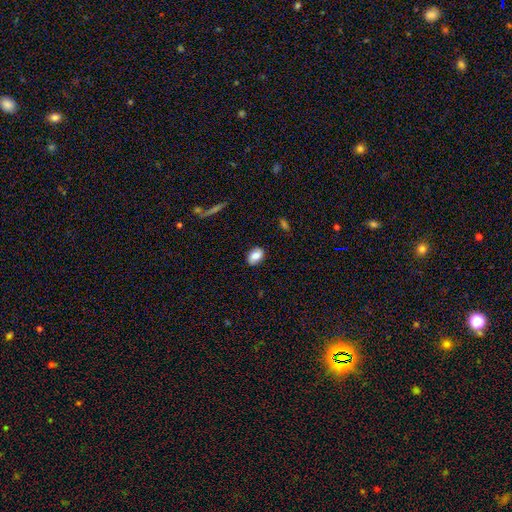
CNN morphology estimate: The model was most divided on "how rounded": in between: 81%, round: 17%, cigar-shaped: 1%. More confident: merging — none (86%); smooth or featured — smooth (80%).